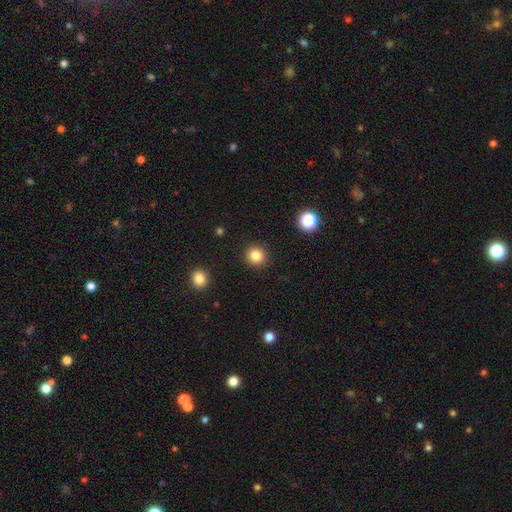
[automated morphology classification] Smooth or featured? Predicted: smooth (p=0.85). How rounded? Predicted: round (p=0.92). Merging? Predicted: none (p=0.91).